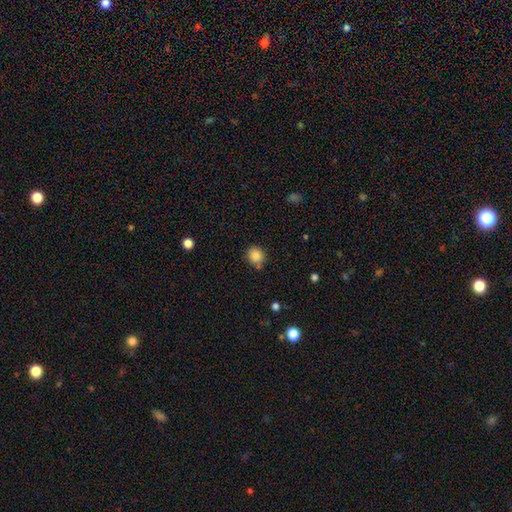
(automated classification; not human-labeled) This appears to be a smooth galaxy with no disk features (86%) that is round (78%). Merging: none (68%).